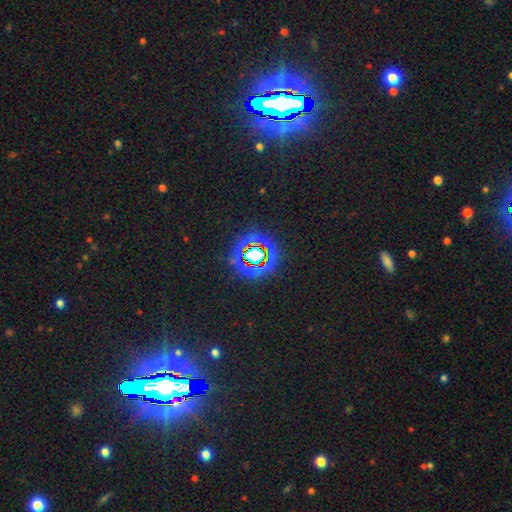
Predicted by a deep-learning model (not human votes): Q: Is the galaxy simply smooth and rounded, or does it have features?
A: star or artifact — 81%.